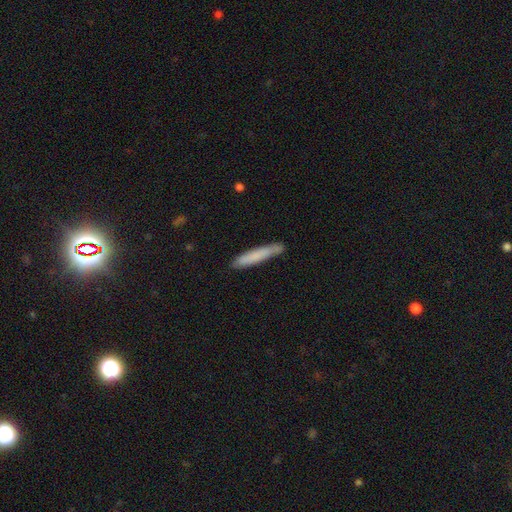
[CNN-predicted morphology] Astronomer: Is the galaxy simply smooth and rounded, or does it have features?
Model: smooth — 76%.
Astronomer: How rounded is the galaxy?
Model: cigar-shaped — 94%.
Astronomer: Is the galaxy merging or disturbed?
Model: none — 82%.